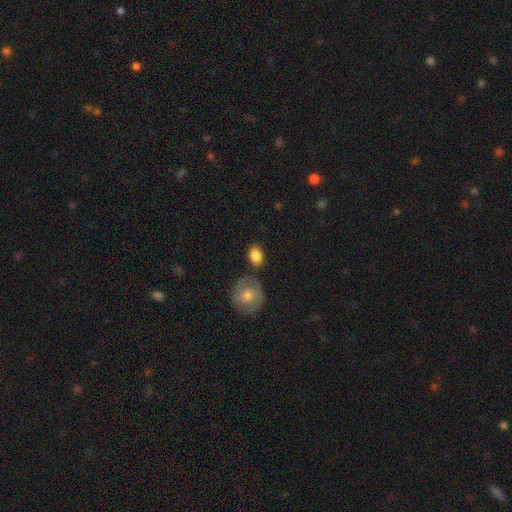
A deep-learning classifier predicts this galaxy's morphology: type=smooth (85%); roundness=in between (73%); merging=none (74%).